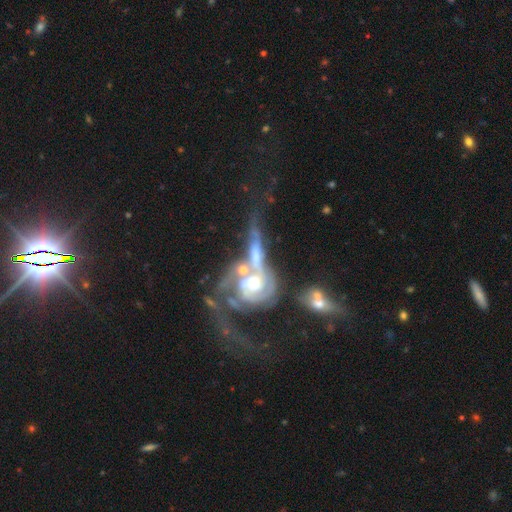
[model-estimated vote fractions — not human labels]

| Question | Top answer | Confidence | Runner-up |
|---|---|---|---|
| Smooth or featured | featured or disk | 75% | smooth (17%) |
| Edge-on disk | no | 83% | yes (17%) |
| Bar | no | 66% | weak (23%) |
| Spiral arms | yes | 74% | no (26%) |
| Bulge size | moderate | 65% | small (19%) |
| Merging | merger | 57% | none (17%) |